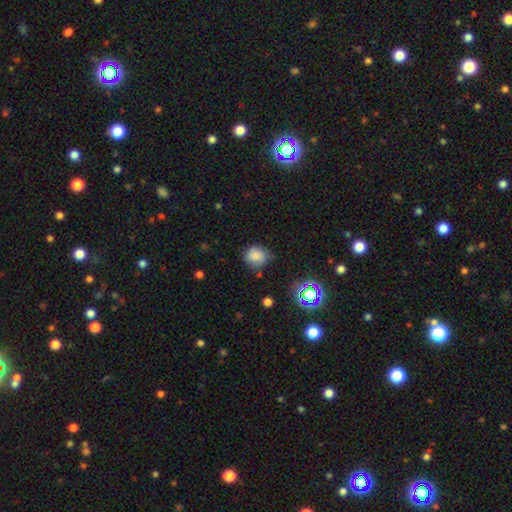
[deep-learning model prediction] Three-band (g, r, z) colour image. It shows a smooth galaxy with no disk features (78%) that is round (79%). Merging: none (64%).